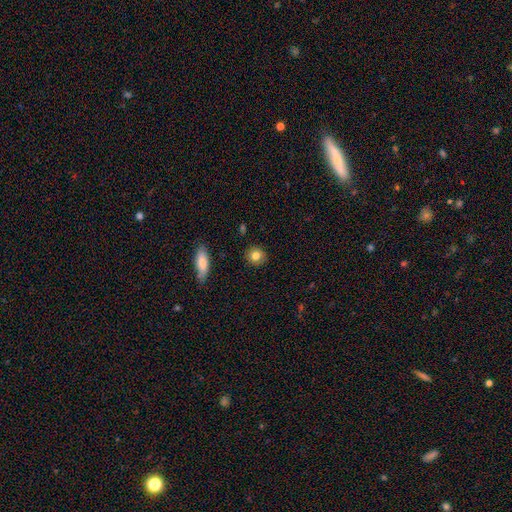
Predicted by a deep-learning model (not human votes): This is clearly a smooth galaxy (82%). How rounded: clearly round (86%). Merging: clearly none (90%).